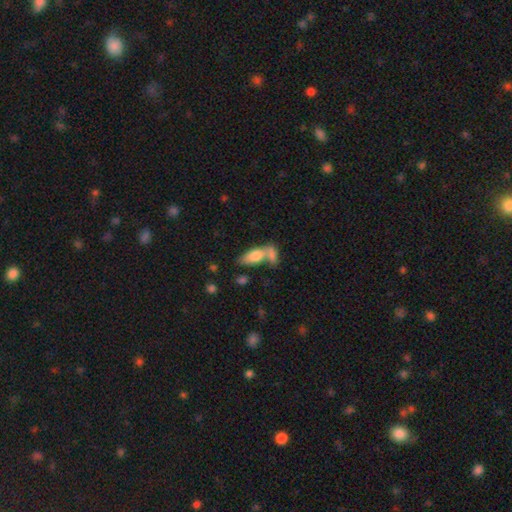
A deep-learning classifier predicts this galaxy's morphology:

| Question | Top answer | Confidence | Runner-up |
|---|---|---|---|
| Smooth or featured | smooth | 73% | featured or disk (20%) |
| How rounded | in between | 74% | cigar-shaped (23%) |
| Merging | merger | 46% | none (39%) |